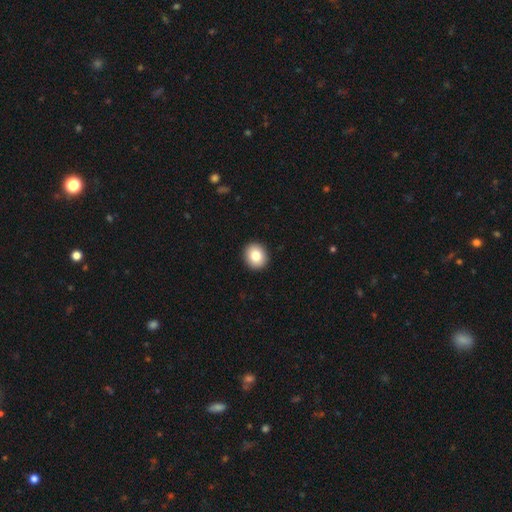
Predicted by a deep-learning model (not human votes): This appears to be a smooth galaxy with no disk features (82%) that is round (78%). Merging: none (92%).